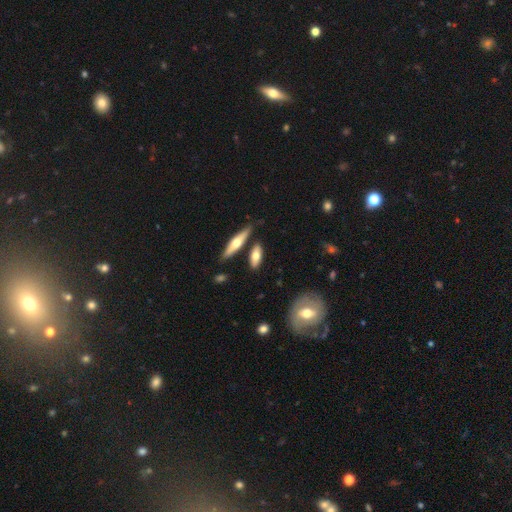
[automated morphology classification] smooth-or-featured: smooth: 62% | featured or disk: 32% | star or artifact: 6%
  how-rounded: in between: 57% | cigar-shaped: 40% | round: 3%
  merging: none: 74% | minor disturbance: 12% | merger: 11% | major disturbance: 3%